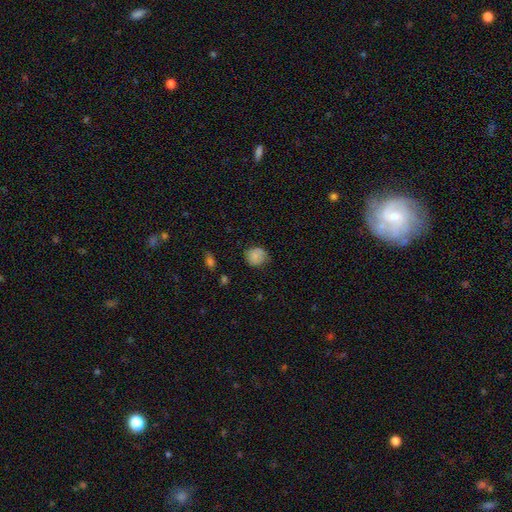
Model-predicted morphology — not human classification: Q: Smooth or featured?
A: smooth (83%); runner-up: star or artifact (9%)
Q: How rounded?
A: round (82%); runner-up: in between (17%)
Q: Merging?
A: none (73%); runner-up: minor disturbance (21%)